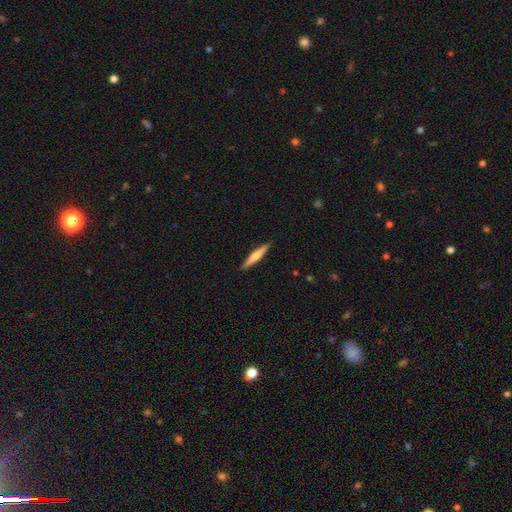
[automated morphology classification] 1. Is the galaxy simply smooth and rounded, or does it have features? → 57% featured or disk, 38% smooth, 5% star or artifact.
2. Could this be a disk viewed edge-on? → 98% yes, 2% no.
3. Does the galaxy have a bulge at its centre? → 84% rounded, 9% none, 7% boxy.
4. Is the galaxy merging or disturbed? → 92% none, 6% minor disturbance, 1% major disturbance, 1% merger.